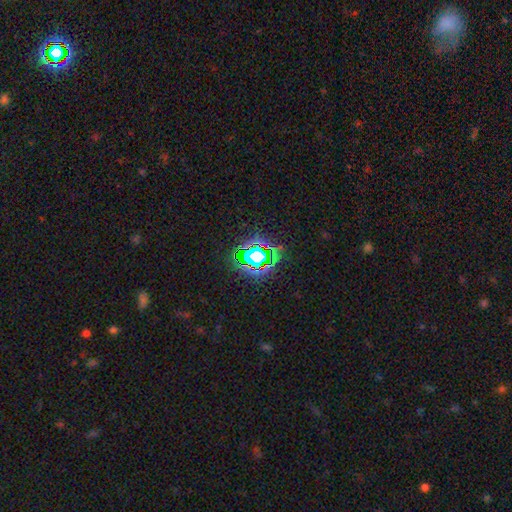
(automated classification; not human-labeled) Smooth or featured: star or artifact — 69% (smooth — 18%)